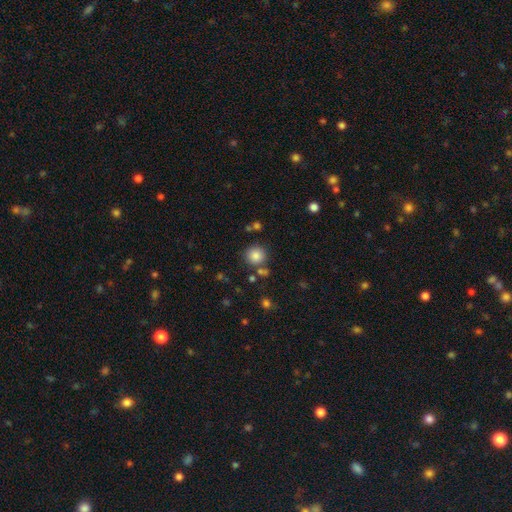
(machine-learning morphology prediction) Smooth or featured?
  - smooth: 84% *
  - star or artifact: 11%
  - featured or disk: 5%
How rounded?
  - round: 93% *
  - in between: 6%
  - cigar-shaped: 1%
Merging?
  - none: 81% *
  - minor disturbance: 8%
  - merger: 7%
  - major disturbance: 3%